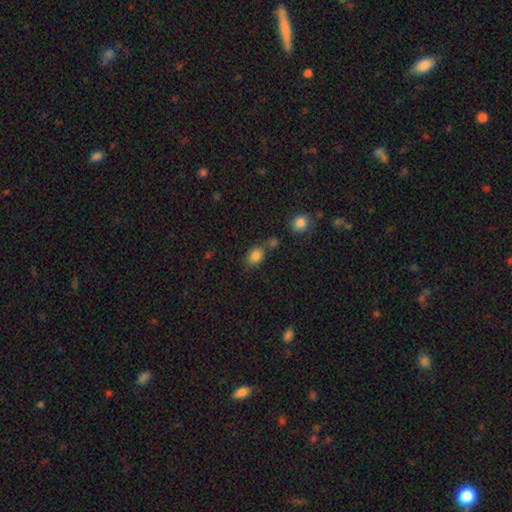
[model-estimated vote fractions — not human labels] smooth-or-featured: smooth: 83% | star or artifact: 11% | featured or disk: 6%
  how-rounded: in between: 71% | round: 28% | cigar-shaped: 1%
  merging: none: 61% | merger: 19% | minor disturbance: 15% | major disturbance: 5%